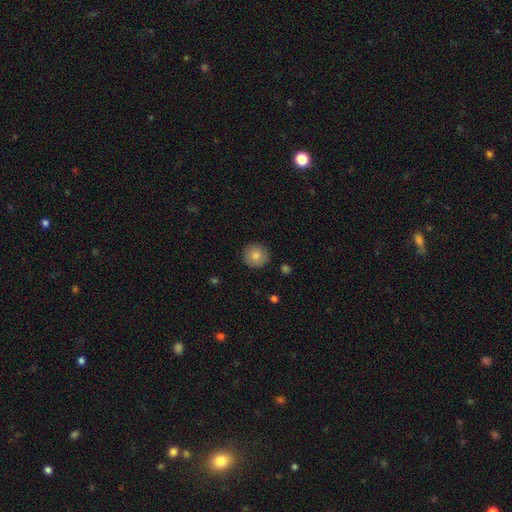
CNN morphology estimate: type=smooth (82%); roundness=round (93%); merging=none (88%).